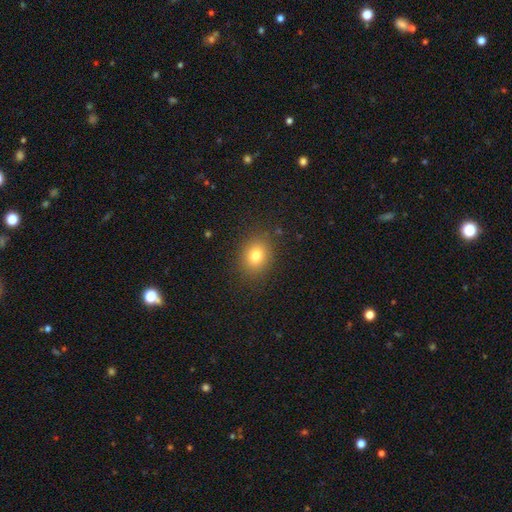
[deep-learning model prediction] Smooth or featured? Predicted: smooth (p=0.79). How rounded? Predicted: round (p=0.56). Merging? Predicted: none (p=0.86).